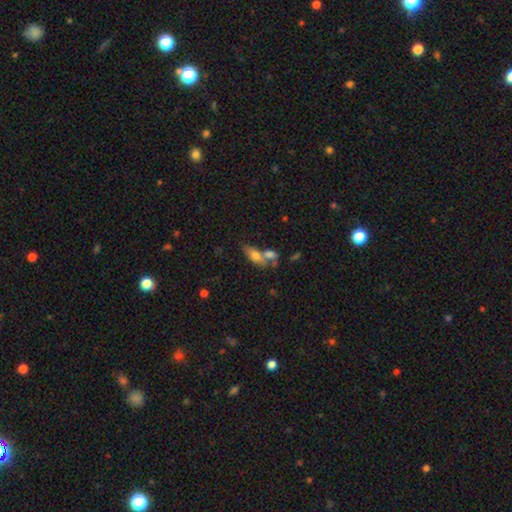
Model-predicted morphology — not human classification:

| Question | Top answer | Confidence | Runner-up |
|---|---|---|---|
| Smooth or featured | smooth | 68% | featured or disk (24%) |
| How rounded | in between | 74% | cigar-shaped (21%) |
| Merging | merger | 45% | none (37%) |